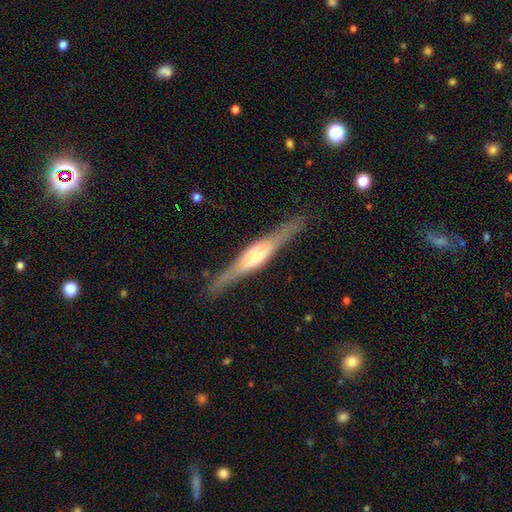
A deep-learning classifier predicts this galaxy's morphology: Q: Smooth or featured?
A: featured or disk (71%); runner-up: smooth (23%)
Q: Edge-on disk?
A: yes (95%); runner-up: no (5%)
Q: Edge-on bulge?
A: rounded (73%); runner-up: boxy (18%)
Q: Merging?
A: none (86%); runner-up: minor disturbance (10%)